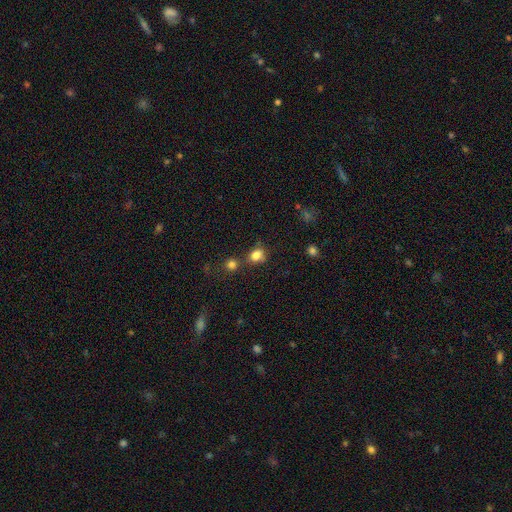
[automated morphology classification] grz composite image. It shows a smooth galaxy with no disk features (81%) that is round (57%). Merging: none (57%).